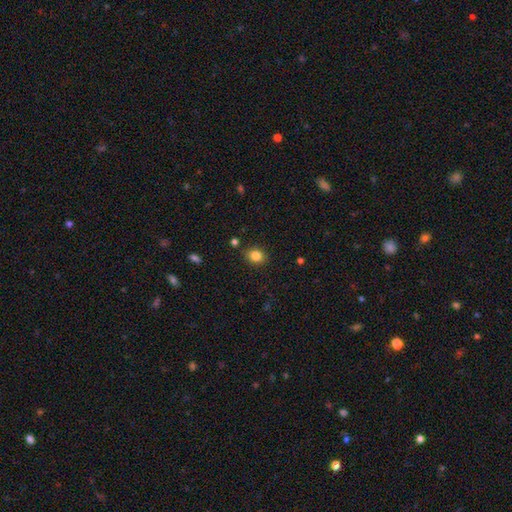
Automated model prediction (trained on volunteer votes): A smooth galaxy with no disk features (84%) that is round (57%). Merging: none (87%).